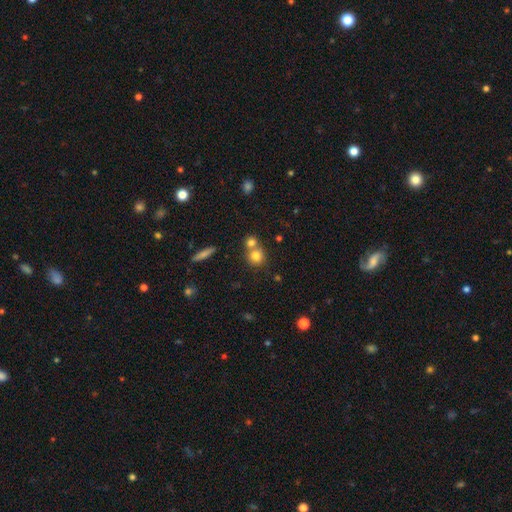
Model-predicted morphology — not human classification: This appears to be a smooth galaxy with no disk features (77%) that is round (86%). Merging: none (49%).